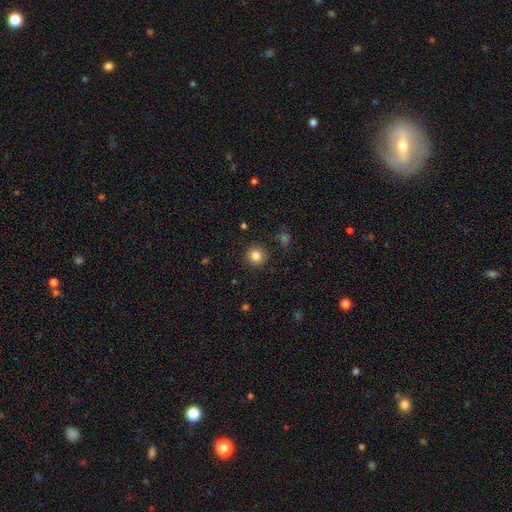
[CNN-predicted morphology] smooth-or-featured: smooth: 84% | star or artifact: 11% | featured or disk: 5%
  how-rounded: round: 94% | in between: 5% | cigar-shaped: 1%
  merging: none: 90% | minor disturbance: 6% | major disturbance: 2% | merger: 2%